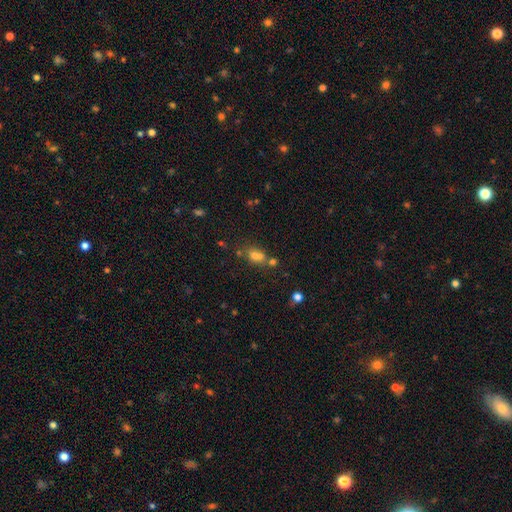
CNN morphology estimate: smooth-or-featured: smooth: 68% | star or artifact: 19% | featured or disk: 13%
  how-rounded: in between: 56% | round: 41% | cigar-shaped: 3%
  merging: none: 44% | merger: 39% | minor disturbance: 12% | major disturbance: 5%